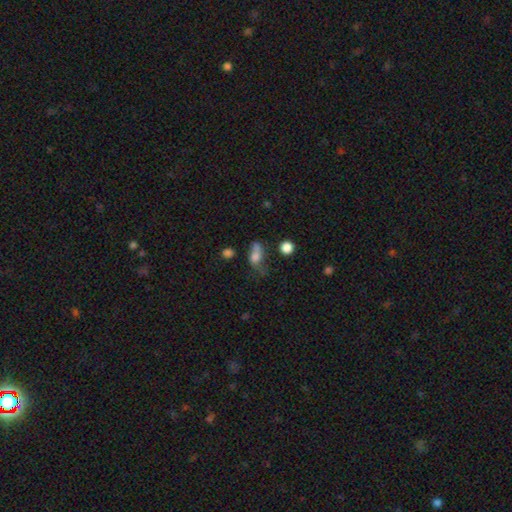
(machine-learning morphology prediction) A smooth galaxy with no disk features (67%) that is in between round and cigar-shaped (68%). Merging: none (32%).